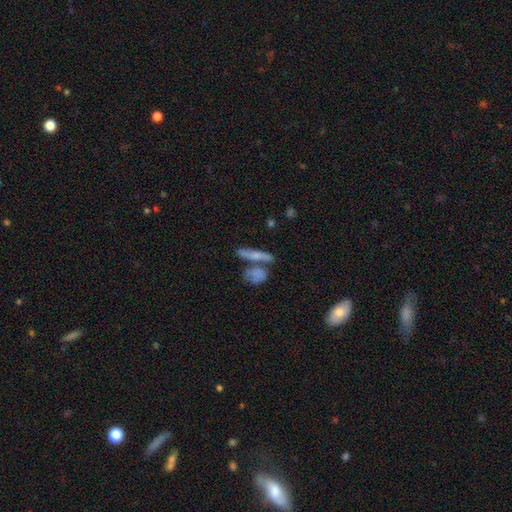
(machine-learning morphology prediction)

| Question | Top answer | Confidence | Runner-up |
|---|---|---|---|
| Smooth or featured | smooth | 52% | featured or disk (38%) |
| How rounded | cigar-shaped | 74% | in between (20%) |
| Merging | none | 57% | merger (26%) |